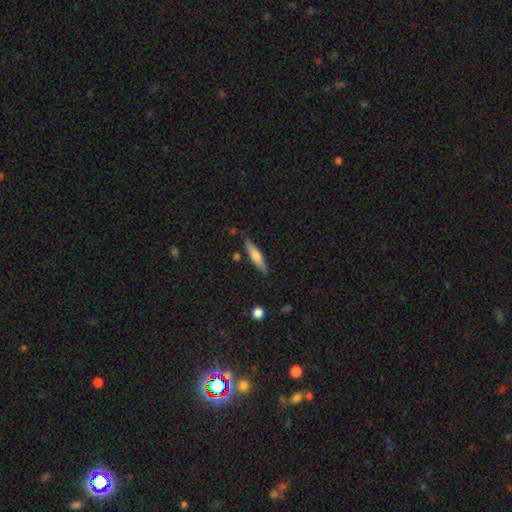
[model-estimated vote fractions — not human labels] Smooth or featured? Predicted: smooth (p=0.57). How rounded? Predicted: cigar-shaped (p=0.83). Merging? Predicted: none (p=0.84).